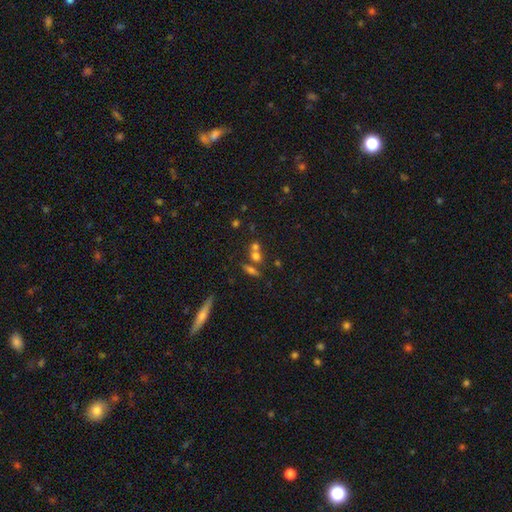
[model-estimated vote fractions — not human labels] smooth_or_featured: smooth (p=0.55) [alt: featured or disk p=0.23]
how_rounded: in between (p=0.44) [alt: round p=0.43]
merging: none (p=0.44) [alt: merger p=0.42]